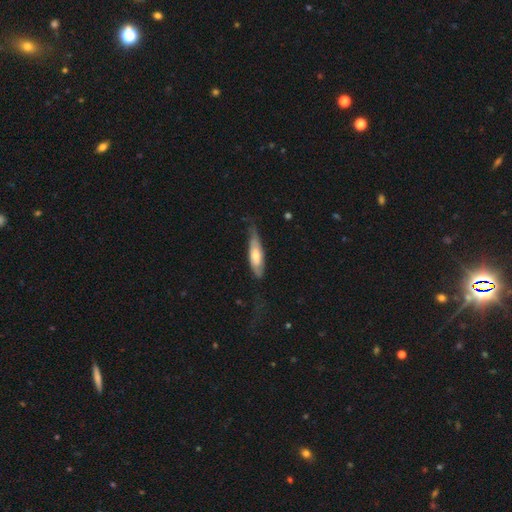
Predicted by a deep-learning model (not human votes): This appears to be a smooth galaxy with no disk features (48%). Merging: none (52%).